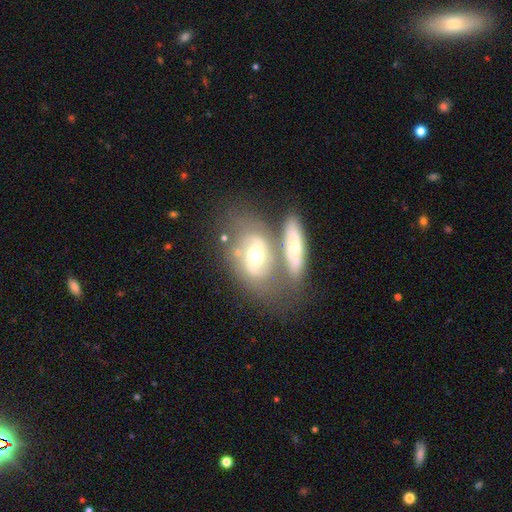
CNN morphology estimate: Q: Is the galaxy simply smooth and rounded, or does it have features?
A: featured or disk — 59%.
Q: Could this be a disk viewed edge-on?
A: no — 87%.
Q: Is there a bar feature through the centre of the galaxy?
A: no — 55%.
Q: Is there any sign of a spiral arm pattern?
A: yes — 57%.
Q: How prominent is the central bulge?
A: moderate — 68%.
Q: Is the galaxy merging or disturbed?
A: merger — 40%.